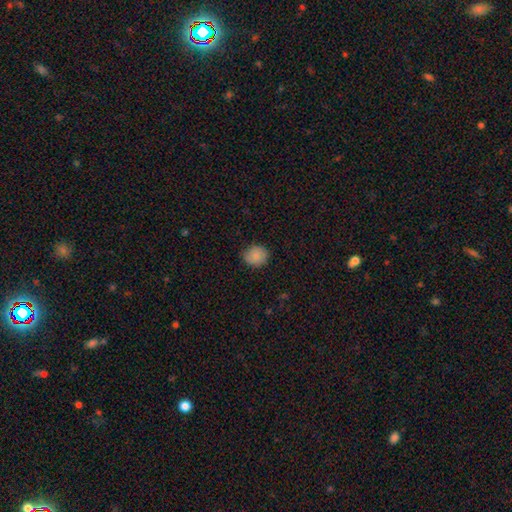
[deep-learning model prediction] Morphology: type=smooth (84%); roundness=round (73%); merging=none (83%).